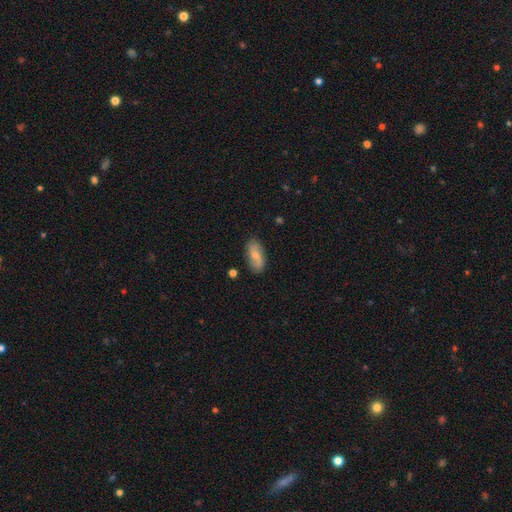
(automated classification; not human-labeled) Q: Smooth or featured?
A: smooth (52%); runner-up: featured or disk (41%)
Q: How rounded?
A: in between (85%); runner-up: cigar-shaped (10%)
Q: Merging?
A: none (82%); runner-up: minor disturbance (13%)